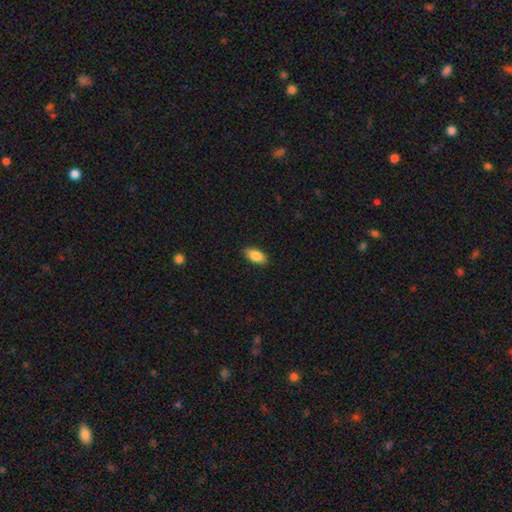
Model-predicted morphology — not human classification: This appears to be a smooth galaxy with no disk features (87%) that is in between round and cigar-shaped (89%). Merging: none (88%).